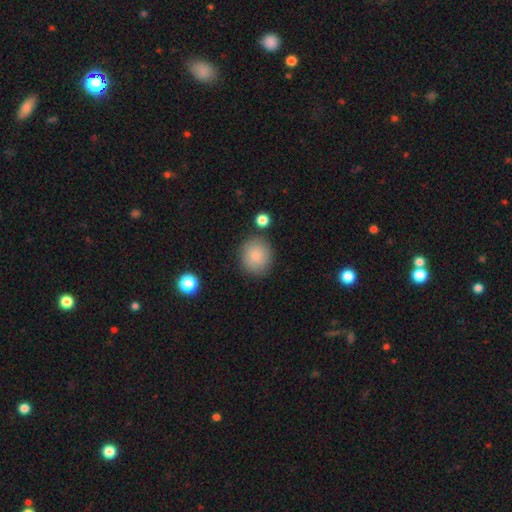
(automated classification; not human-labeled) Smooth or featured? Predicted: smooth (p=0.84). How rounded? Predicted: round (p=0.83). Merging? Predicted: none (p=0.80).